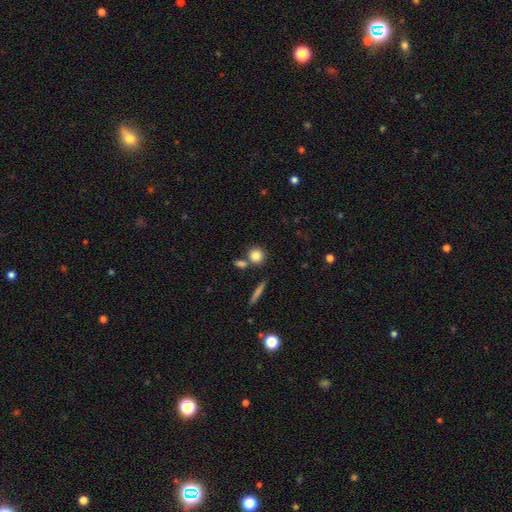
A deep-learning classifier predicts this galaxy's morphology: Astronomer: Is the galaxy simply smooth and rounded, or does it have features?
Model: smooth — 83%.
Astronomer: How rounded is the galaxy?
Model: round — 84%.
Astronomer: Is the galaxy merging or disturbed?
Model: none — 72%.